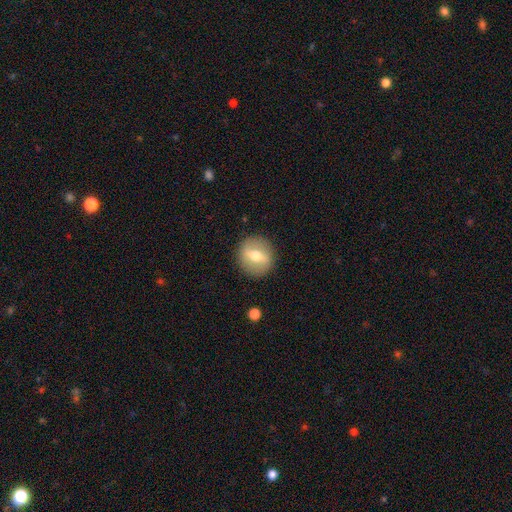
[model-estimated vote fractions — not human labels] Q: Smooth or featured?
A: smooth (47%); runner-up: featured or disk (45%)
Q: Merging?
A: none (89%); runner-up: minor disturbance (7%)